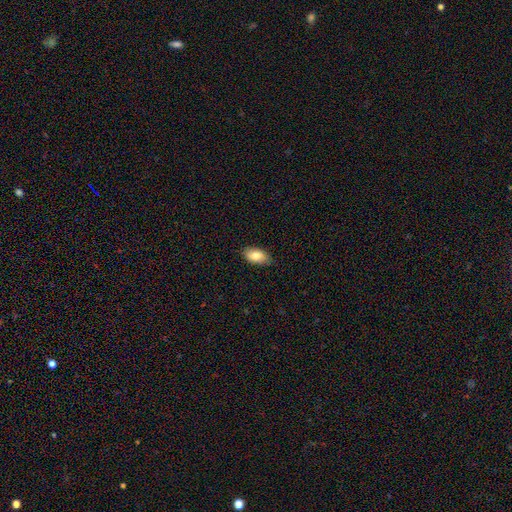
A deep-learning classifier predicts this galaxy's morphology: Smooth or featured?
  - smooth: 82% *
  - featured or disk: 11%
  - star or artifact: 7%
How rounded?
  - in between: 93% *
  - round: 4%
  - cigar-shaped: 3%
Merging?
  - none: 83% *
  - minor disturbance: 14%
  - major disturbance: 2%
  - merger: 1%